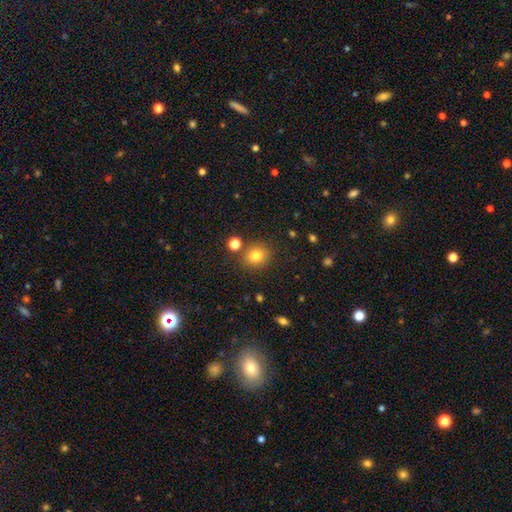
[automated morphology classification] Q: Smooth or featured?
A: smooth (80%); runner-up: star or artifact (13%)
Q: How rounded?
A: round (76%); runner-up: in between (23%)
Q: Merging?
A: none (80%); runner-up: minor disturbance (9%)